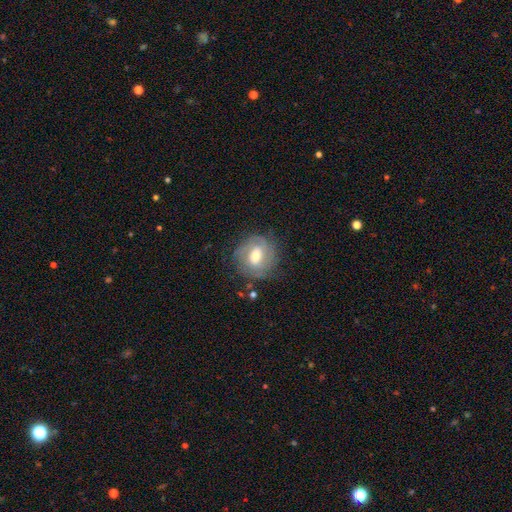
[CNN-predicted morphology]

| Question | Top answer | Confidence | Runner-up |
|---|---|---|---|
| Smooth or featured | featured or disk | 63% | smooth (30%) |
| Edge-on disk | no | 96% | yes (4%) |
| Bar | weak | 48% | no (36%) |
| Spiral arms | yes | 78% | no (22%) |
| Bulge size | moderate | 70% | small (20%) |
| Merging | none | 74% | minor disturbance (17%) |